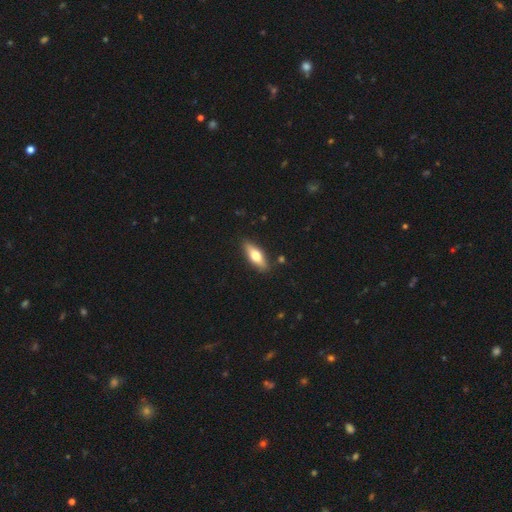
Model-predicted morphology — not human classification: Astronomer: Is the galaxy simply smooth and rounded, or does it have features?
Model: smooth — 63%.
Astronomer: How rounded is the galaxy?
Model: in between — 61%.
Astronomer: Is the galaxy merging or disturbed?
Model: none — 87%.